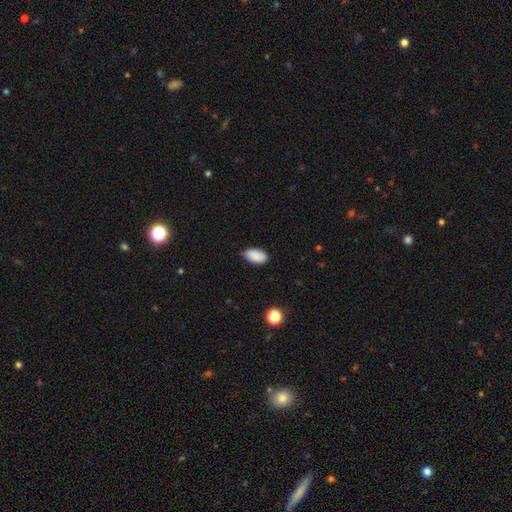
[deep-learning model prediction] Smooth or featured? smooth (89%)
How rounded? in between (94%)
Merging? none (73%)